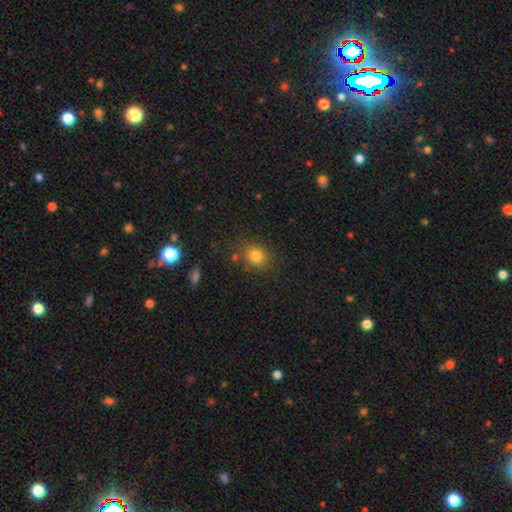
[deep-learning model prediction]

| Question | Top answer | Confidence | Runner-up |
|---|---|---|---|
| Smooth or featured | smooth | 80% | star or artifact (13%) |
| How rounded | round | 68% | in between (31%) |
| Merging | none | 79% | minor disturbance (12%) |